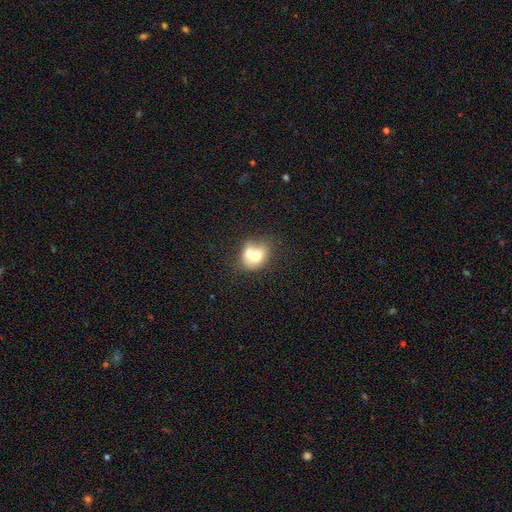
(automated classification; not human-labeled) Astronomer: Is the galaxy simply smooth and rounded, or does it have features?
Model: smooth — 66%.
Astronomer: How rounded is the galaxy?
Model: round — 51% (runner-up: in between, 48%).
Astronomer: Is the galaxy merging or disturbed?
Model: merger — 59%.